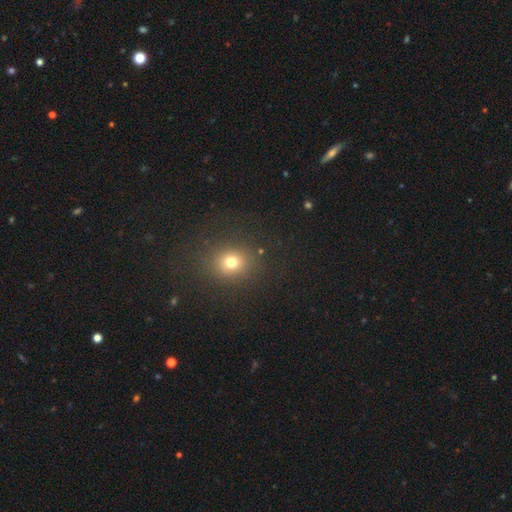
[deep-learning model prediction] This appears to be a smooth galaxy with no disk features (60%) that is round (78%). Merging: none (91%).